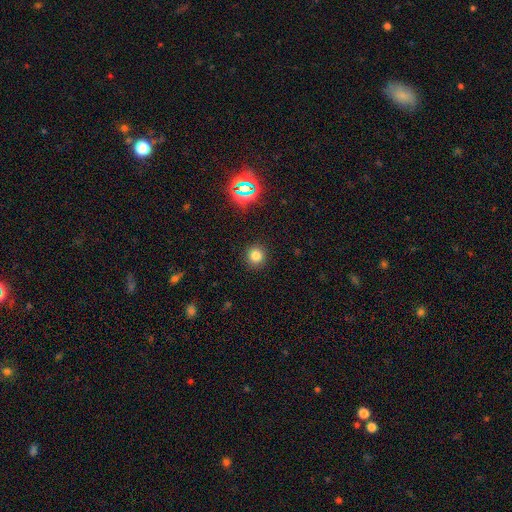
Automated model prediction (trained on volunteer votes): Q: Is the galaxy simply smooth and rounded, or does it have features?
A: smooth — 79%.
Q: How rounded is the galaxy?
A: round — 93%.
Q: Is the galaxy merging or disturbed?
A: none — 91%.